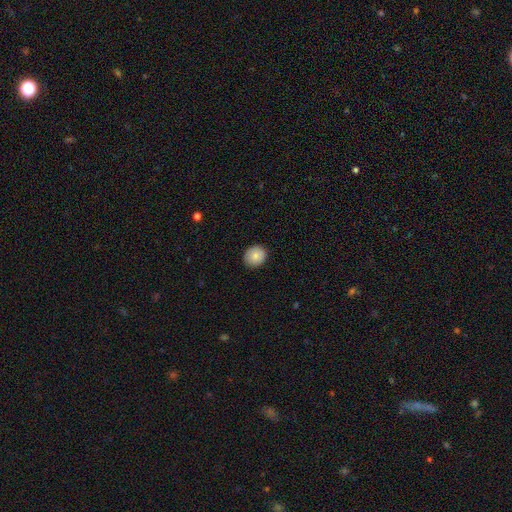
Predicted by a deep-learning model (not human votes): Morphology: type=smooth (84%); roundness=round (81%); merging=none (90%).